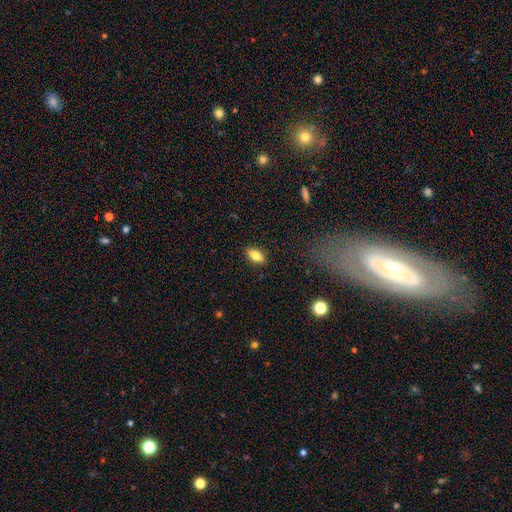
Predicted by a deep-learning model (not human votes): Overall: smooth (73%). How rounded: in between (79%). Merging: none (88%).